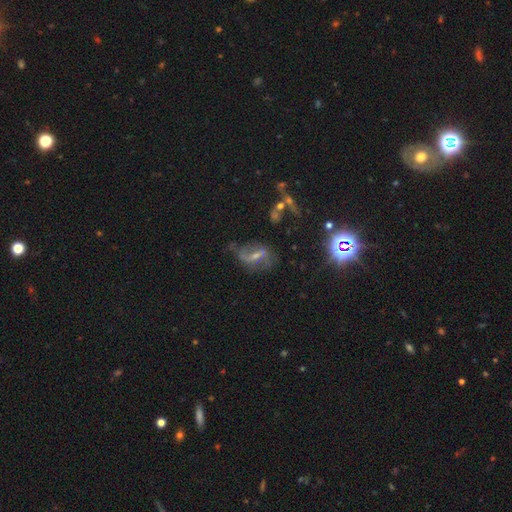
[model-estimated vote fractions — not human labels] Smooth or featured? featured or disk (63%)
Edge-on disk? no (93%)
Bar? weak (43%)
Spiral arms? yes (81%)
Bulge size? small (56%)
Merging? none (57%)